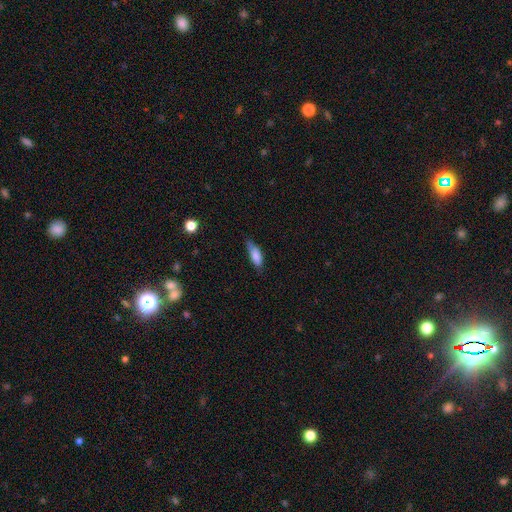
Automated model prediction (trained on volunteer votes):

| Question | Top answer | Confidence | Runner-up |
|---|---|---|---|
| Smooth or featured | smooth | 81% | featured or disk (12%) |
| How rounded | in between | 66% | cigar-shaped (31%) |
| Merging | none | 54% | minor disturbance (36%) |